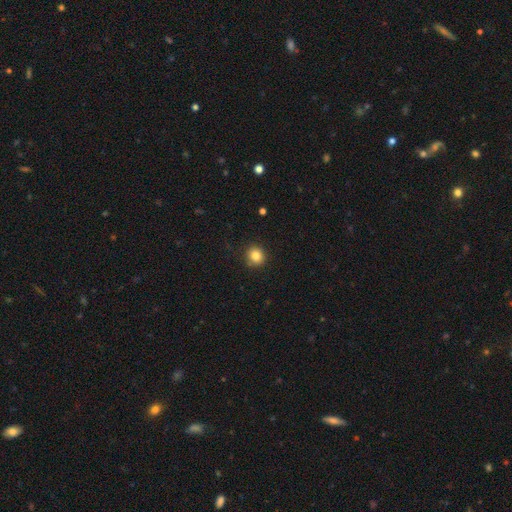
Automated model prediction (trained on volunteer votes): Morphology: type=smooth (84%); roundness=round (88%); merging=none (88%).